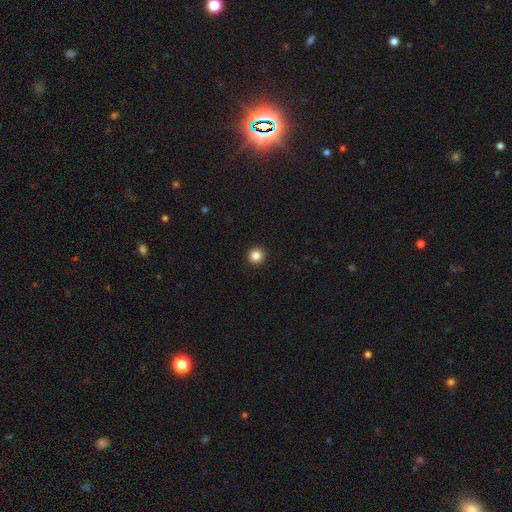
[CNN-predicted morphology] This appears to be a smooth galaxy with no disk features (85%) that is round (94%). Merging: none (93%).